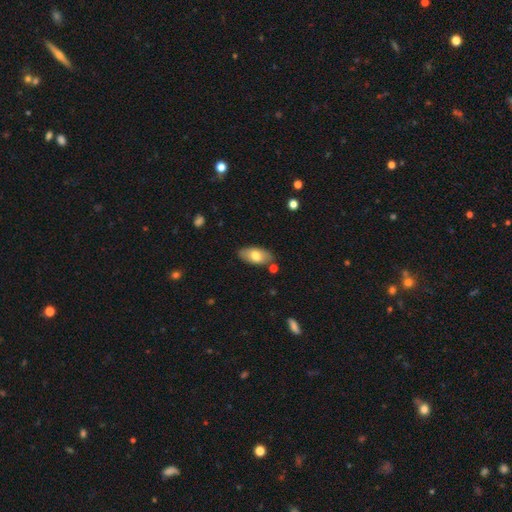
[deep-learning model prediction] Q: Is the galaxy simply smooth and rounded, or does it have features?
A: smooth — 73%.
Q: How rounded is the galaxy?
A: in between — 92%.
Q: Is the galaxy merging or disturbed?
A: none — 80%.